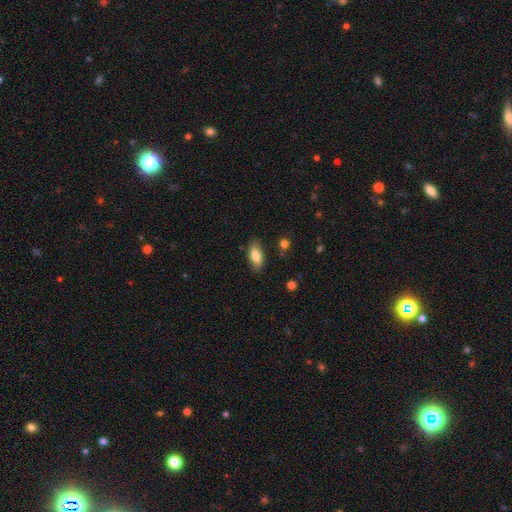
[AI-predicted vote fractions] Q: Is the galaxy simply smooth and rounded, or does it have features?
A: smooth — 83%.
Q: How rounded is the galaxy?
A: in between — 85%.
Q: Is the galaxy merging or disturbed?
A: none — 82%.